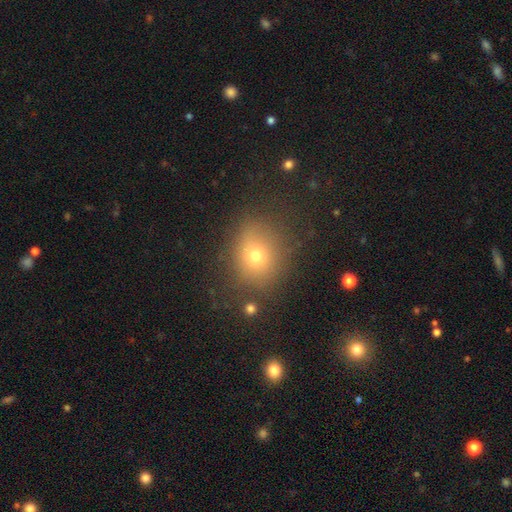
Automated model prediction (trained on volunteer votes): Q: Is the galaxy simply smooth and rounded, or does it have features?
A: smooth — 69%.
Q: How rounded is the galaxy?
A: round — 73%.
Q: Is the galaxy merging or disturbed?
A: none — 77%.